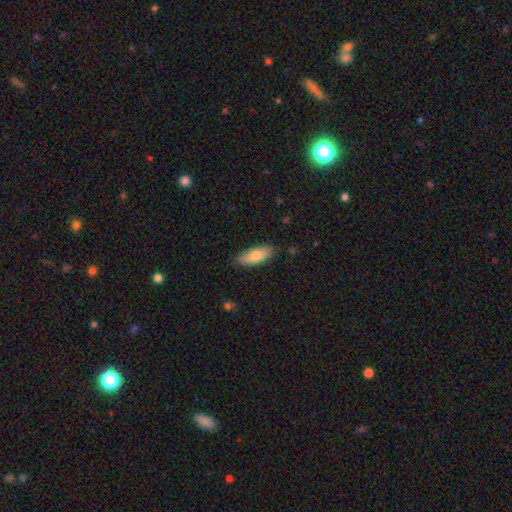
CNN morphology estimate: smooth-or-featured: smooth: 77% | featured or disk: 17% | star or artifact: 6%
  how-rounded: in between: 76% | cigar-shaped: 22% | round: 2%
  merging: none: 82% | minor disturbance: 14% | major disturbance: 2% | merger: 1%